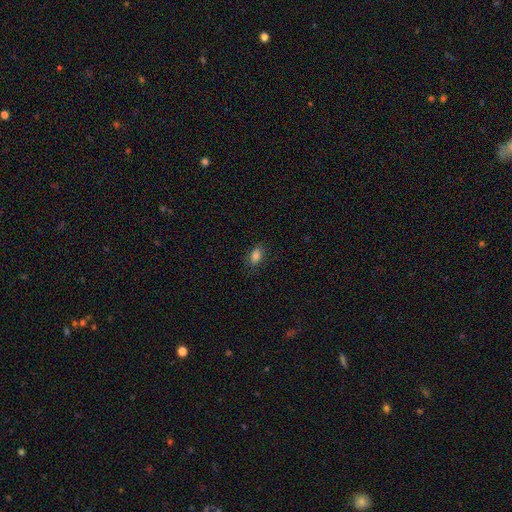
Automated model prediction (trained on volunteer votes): smooth 84%, star or artifact 10%, featured or disk 6%. Down the decision tree: how rounded — in between (86%); merging — none (83%).